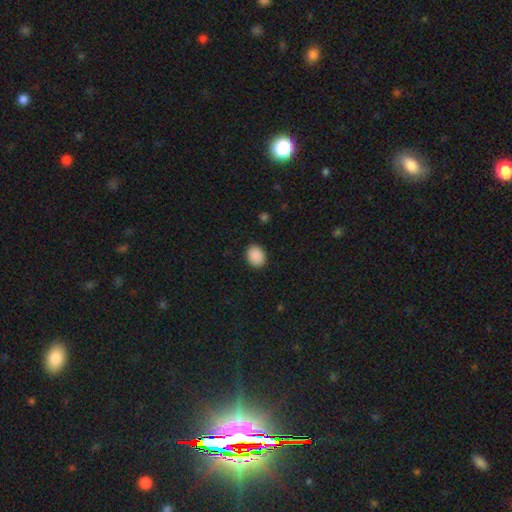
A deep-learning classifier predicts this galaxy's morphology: This appears to be a smooth galaxy with no disk features (90%) that is in between round and cigar-shaped (58%). Merging: none (90%).